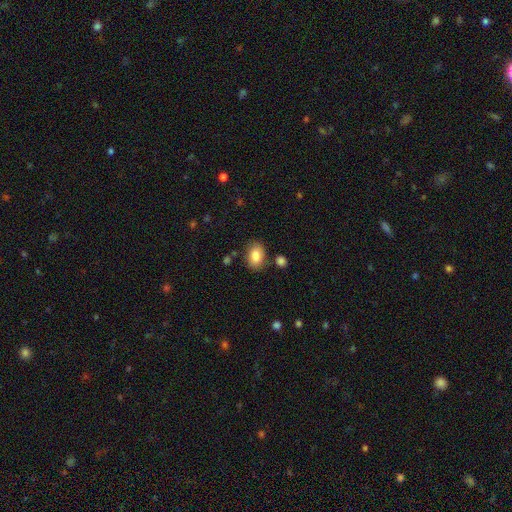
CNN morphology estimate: Smooth or featured: smooth — 85% (star or artifact — 8%)
How rounded: in between — 83% (round — 16%)
Merging: none — 81% (minor disturbance — 12%)